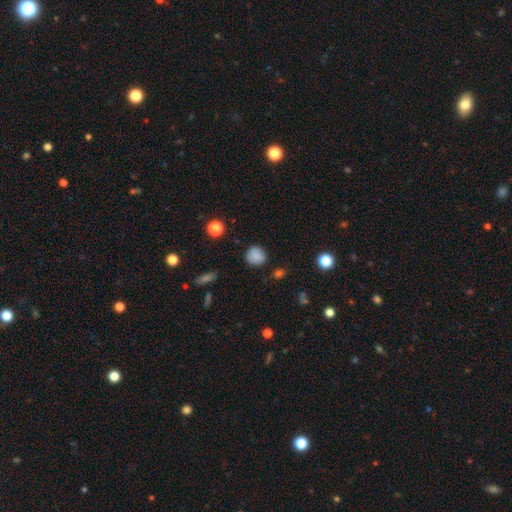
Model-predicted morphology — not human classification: Smooth or featured? Predicted: smooth (p=0.82). How rounded? Predicted: round (p=0.86). Merging? Predicted: none (p=0.82).